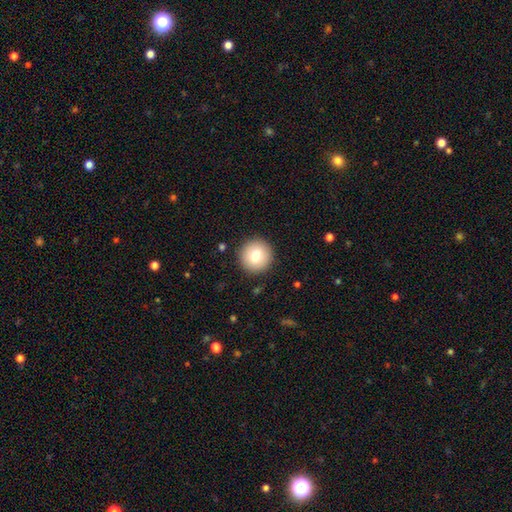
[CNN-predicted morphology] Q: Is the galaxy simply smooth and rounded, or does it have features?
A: smooth — 79%.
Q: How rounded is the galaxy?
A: round — 96%.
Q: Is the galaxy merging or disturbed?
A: none — 91%.